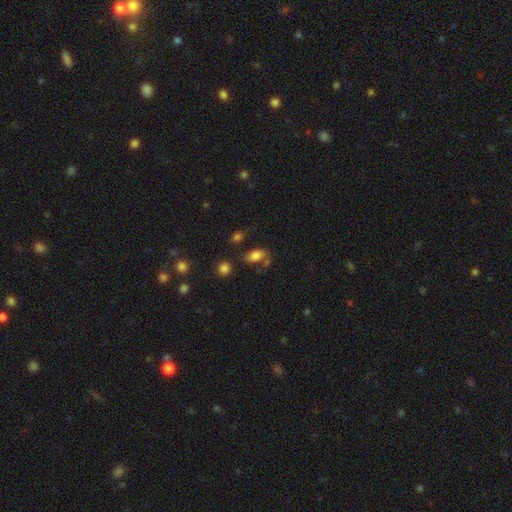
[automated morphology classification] Smooth or featured: smooth — 76% (featured or disk — 14%)
How rounded: in between — 89% (round — 7%)
Merging: none — 56% (minor disturbance — 19%)